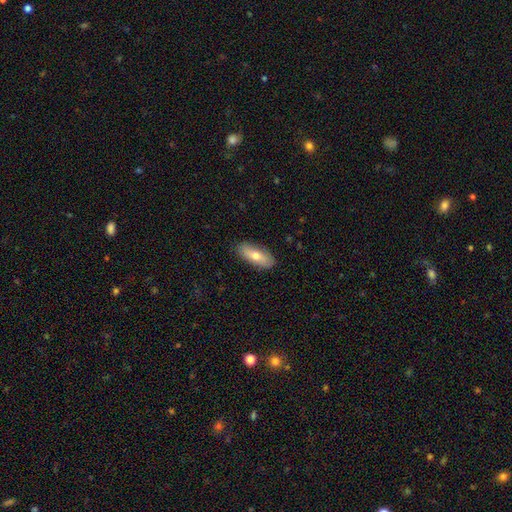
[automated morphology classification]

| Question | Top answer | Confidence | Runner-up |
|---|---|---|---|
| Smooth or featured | smooth | 69% | featured or disk (25%) |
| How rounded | in between | 75% | cigar-shaped (22%) |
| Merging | none | 87% | minor disturbance (10%) |